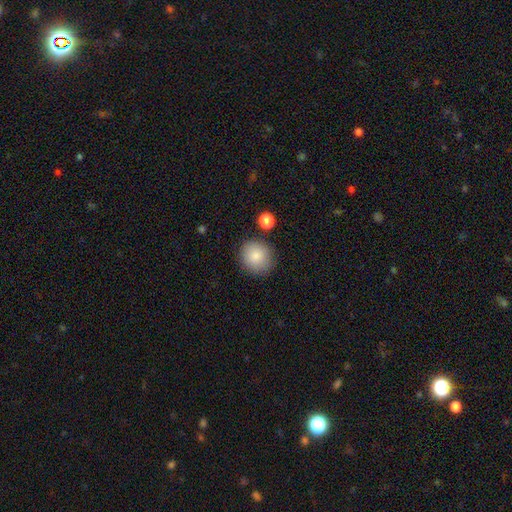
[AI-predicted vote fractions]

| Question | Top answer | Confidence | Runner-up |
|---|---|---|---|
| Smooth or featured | smooth | 86% | star or artifact (8%) |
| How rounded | round | 89% | in between (10%) |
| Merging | none | 85% | minor disturbance (8%) |